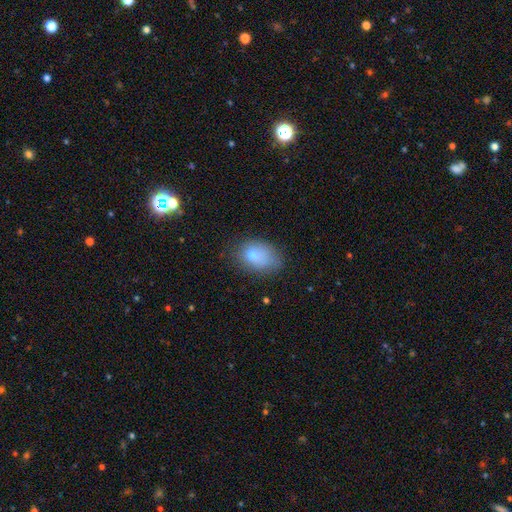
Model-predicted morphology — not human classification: smooth 79%, featured or disk 11%, star or artifact 10%. Down the decision tree: how rounded — in between (80%); merging — none (56%).